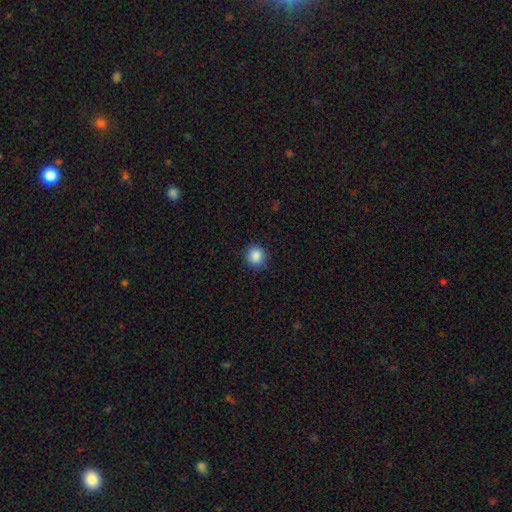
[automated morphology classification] Smooth or featured: smooth — 88% (star or artifact — 9%)
How rounded: round — 88% (in between — 11%)
Merging: none — 88% (minor disturbance — 8%)